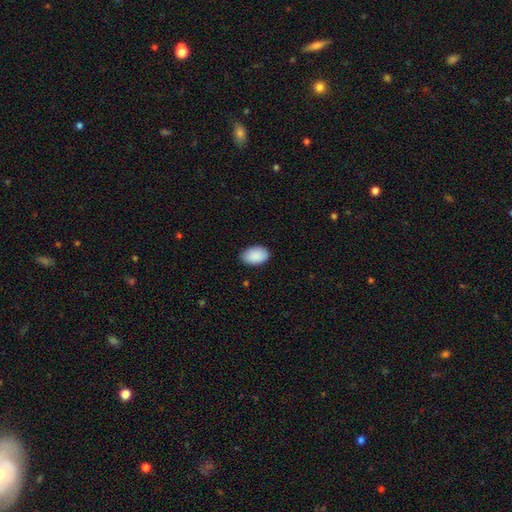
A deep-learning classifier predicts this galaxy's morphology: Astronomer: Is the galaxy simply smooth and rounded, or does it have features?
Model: smooth — 91%.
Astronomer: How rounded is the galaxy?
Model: in between — 92%.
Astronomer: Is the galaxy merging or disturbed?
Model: none — 83%.